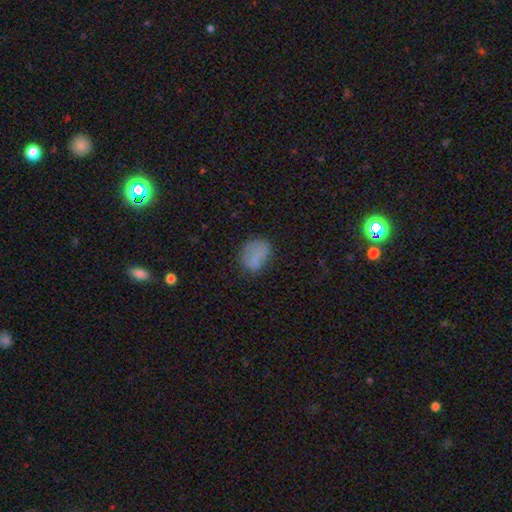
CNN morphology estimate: Q: Smooth or featured?
A: smooth (76%); runner-up: star or artifact (12%)
Q: How rounded?
A: in between (63%); runner-up: round (35%)
Q: Merging?
A: none (59%); runner-up: minor disturbance (25%)